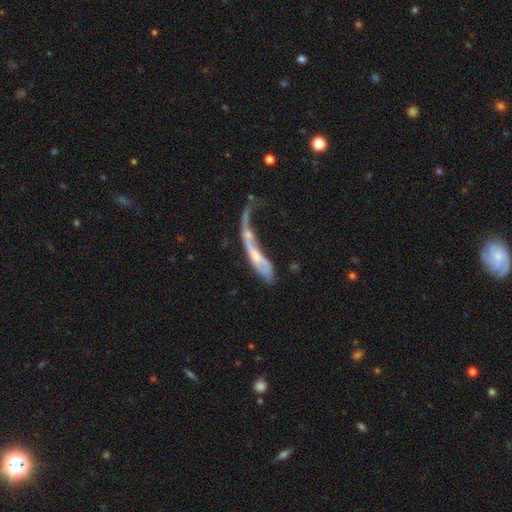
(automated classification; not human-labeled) Smooth or featured: featured or disk — 60% (smooth — 31%)
Edge-on disk: no — 67% (yes — 33%)
Merging: major disturbance — 47% (merger — 28%)